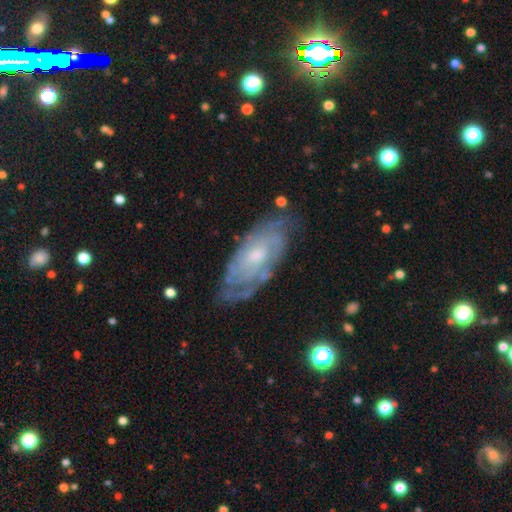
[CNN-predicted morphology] featured or disk 78%, smooth 16%, star or artifact 7%. Down the decision tree: edge-on disk — no (91%); bar — no (67%); spiral arms — yes (89%); spiral arm count — can't tell (54%); spiral winding — tight (66%); bulge size — small (54%); merging — none (71%).